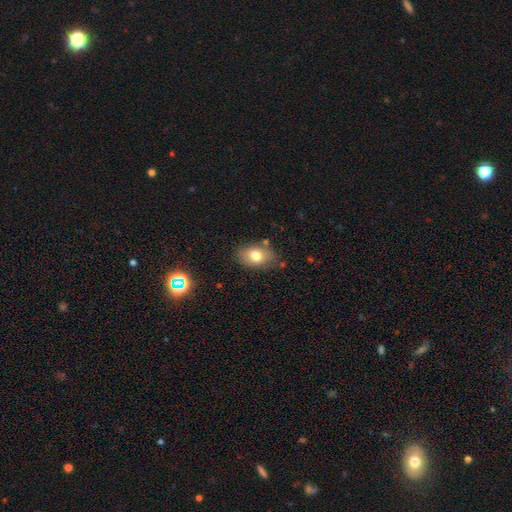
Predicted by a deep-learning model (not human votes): The model was most divided on "smooth or featured": smooth: 75%, featured or disk: 15%, star or artifact: 10%. More confident: how rounded — in between (82%); merging — none (77%).